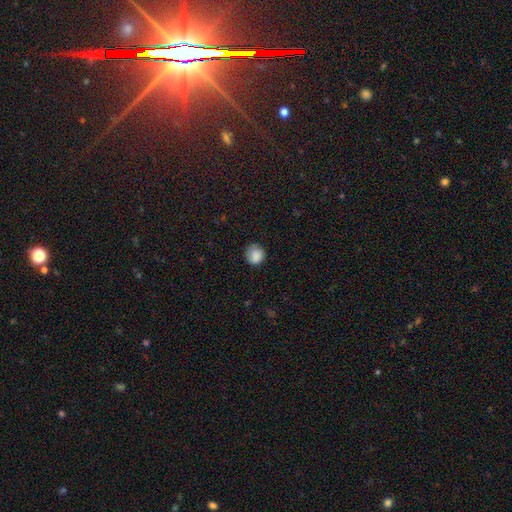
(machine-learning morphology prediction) A smooth galaxy with no disk features (86%) that is round (86%). Merging: none (74%).